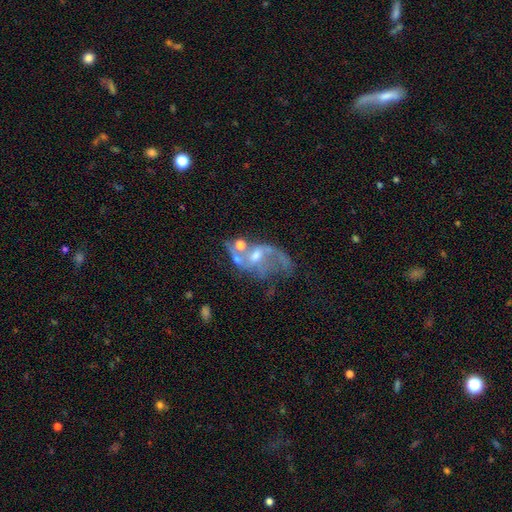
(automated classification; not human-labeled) This appears to be a featured or disk galaxy (77%) with no bar (43%), 2 (68%) loose (64%) spiral arms (75%) and a moderate central bulge (48%). Merging: none (31%).